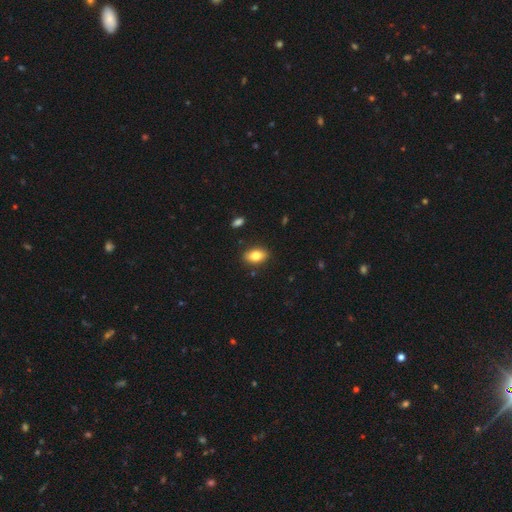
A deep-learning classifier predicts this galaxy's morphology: This appears to be a smooth galaxy with no disk features (82%) that is in between round and cigar-shaped (88%). Merging: none (87%).